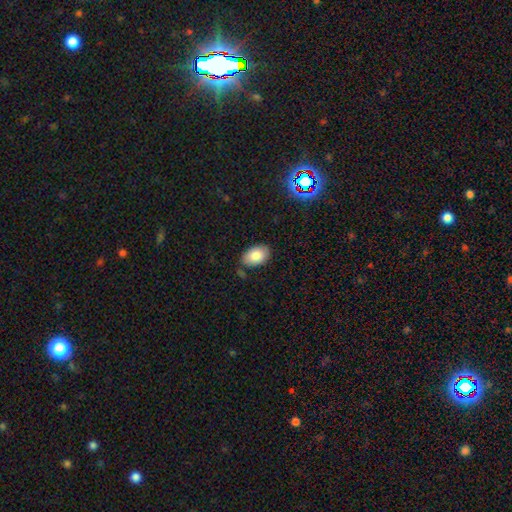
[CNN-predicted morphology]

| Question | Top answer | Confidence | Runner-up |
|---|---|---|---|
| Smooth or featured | smooth | 83% | featured or disk (9%) |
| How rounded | in between | 88% | round (10%) |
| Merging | none | 77% | minor disturbance (16%) |